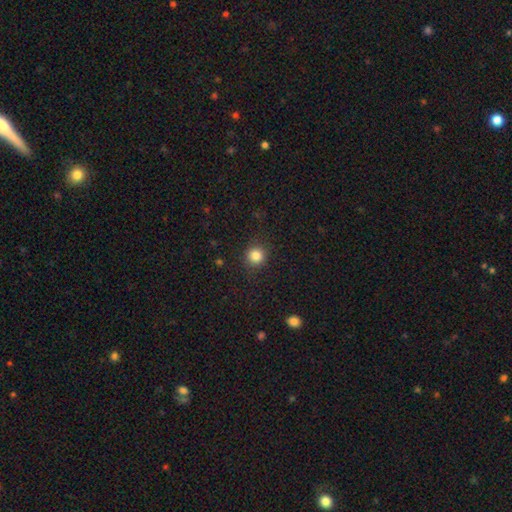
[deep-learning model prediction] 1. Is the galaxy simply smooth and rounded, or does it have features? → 84% smooth, 11% star or artifact, 4% featured or disk.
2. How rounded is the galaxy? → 92% round, 7% in between, 1% cigar-shaped.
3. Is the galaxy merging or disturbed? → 89% none, 7% minor disturbance, 3% major disturbance, 1% merger.